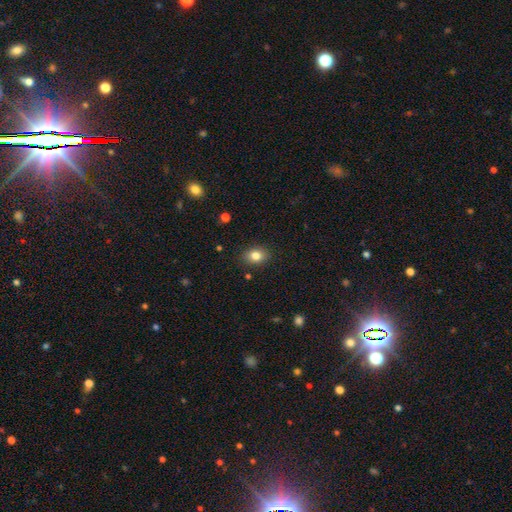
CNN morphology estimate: Smooth or featured? Predicted: smooth (p=0.82). How rounded? Predicted: in between (p=0.65). Merging? Predicted: none (p=0.88).